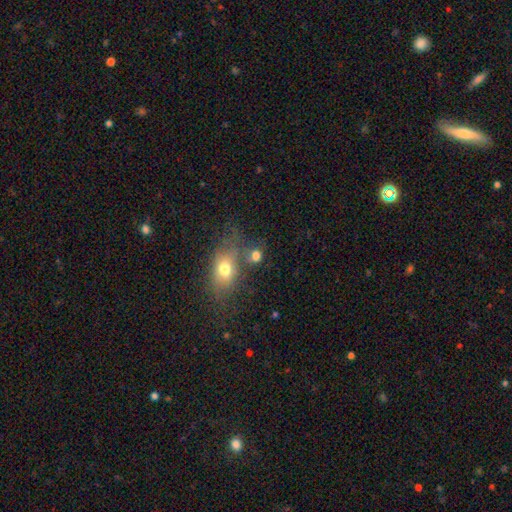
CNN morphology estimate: The model was most divided on "how rounded": round: 53%, in between: 44%, cigar-shaped: 3%. More confident: smooth or featured — smooth (73%); merging — none (52%).